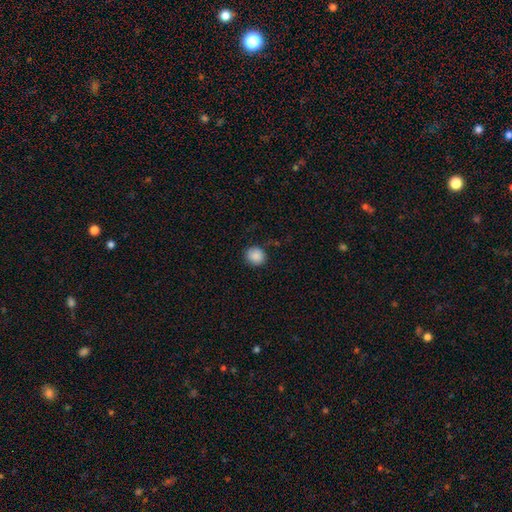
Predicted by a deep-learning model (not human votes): Smooth or featured: smooth — 88% (star or artifact — 9%)
How rounded: round — 82% (in between — 17%)
Merging: none — 86% (minor disturbance — 10%)